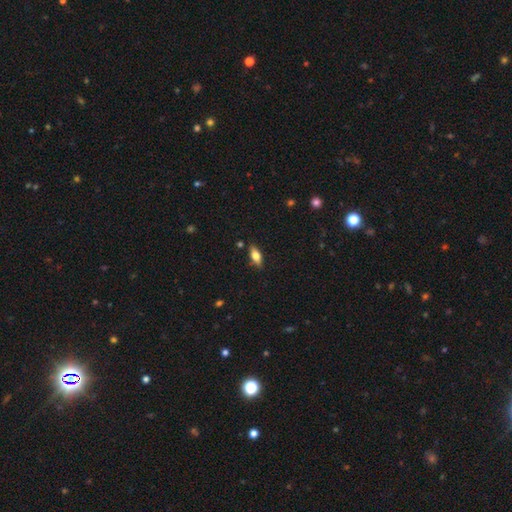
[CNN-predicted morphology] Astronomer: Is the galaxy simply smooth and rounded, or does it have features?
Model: smooth — 64%.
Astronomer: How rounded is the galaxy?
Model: in between — 74%.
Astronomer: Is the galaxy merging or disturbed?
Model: none — 84%.